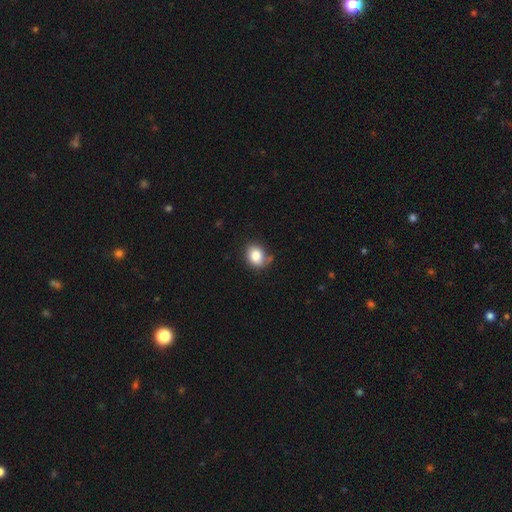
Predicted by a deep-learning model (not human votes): Morphology: type=smooth (85%); roundness=round (54%); merging=none (72%).